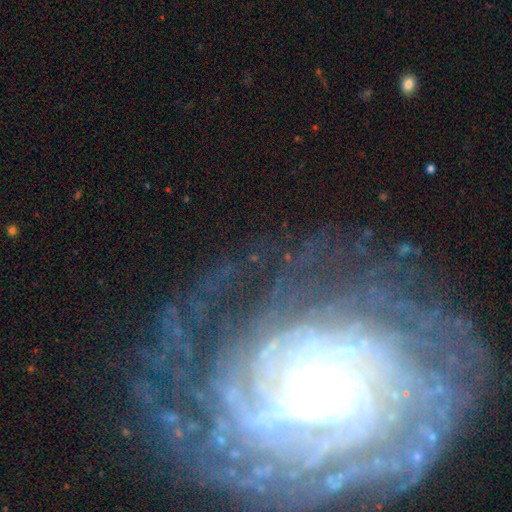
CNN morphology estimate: Smooth or featured? featured or disk (83%)
Edge-on disk? no (95%)
Bar? no (56%)
Spiral arms? yes (94%)
Spiral winding? tight (75%)
Spiral arm count? can't tell (31%)
Bulge size? small (55%)
Merging? none (68%)